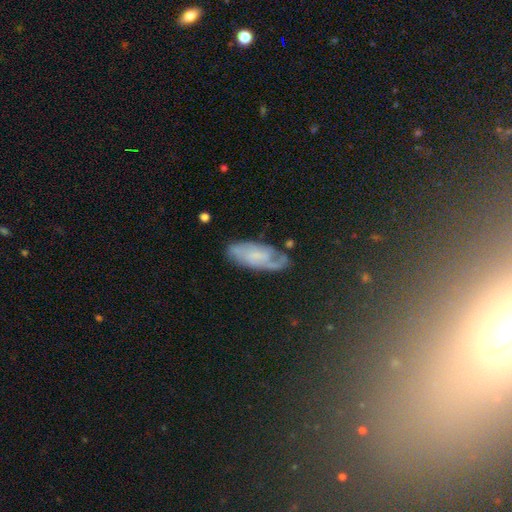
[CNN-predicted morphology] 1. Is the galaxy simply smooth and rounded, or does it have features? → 59% featured or disk, 32% smooth, 10% star or artifact.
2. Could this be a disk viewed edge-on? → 90% no, 10% yes.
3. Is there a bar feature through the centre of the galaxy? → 57% no, 35% weak, 8% strong.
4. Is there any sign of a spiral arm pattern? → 86% yes, 14% no.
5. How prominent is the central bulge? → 47% small, 29% none, 19% moderate, 3% large, 1% dominant.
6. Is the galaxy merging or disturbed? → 64% none, 24% minor disturbance, 9% major disturbance, 3% merger.